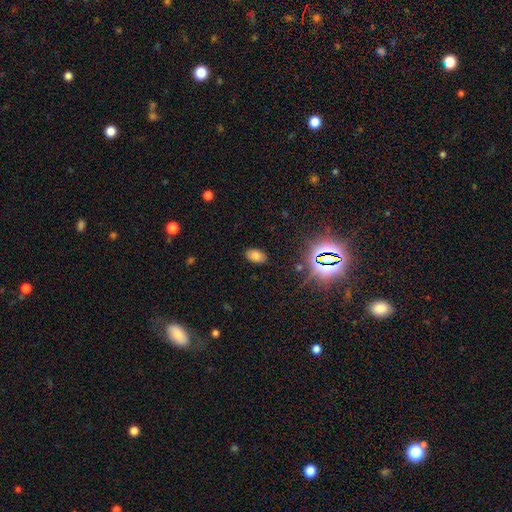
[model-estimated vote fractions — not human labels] Smooth or featured: smooth — 72% (star or artifact — 19%)
How rounded: in between — 89% (round — 9%)
Merging: none — 85% (minor disturbance — 11%)